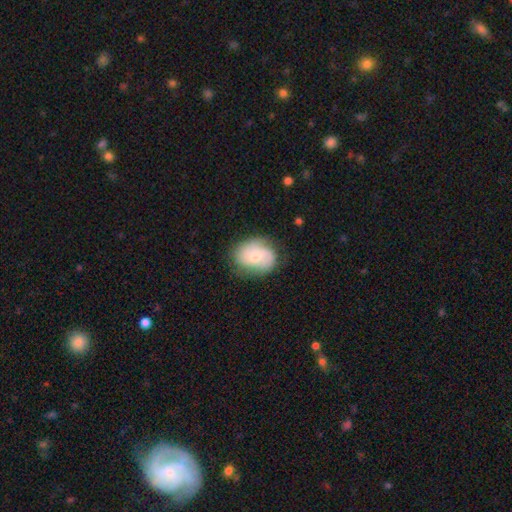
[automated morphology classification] Overall: smooth (48%; featured or disk 45%). Merging: none (68%).